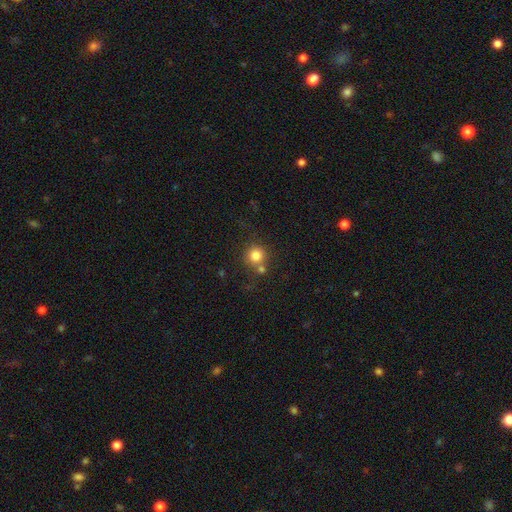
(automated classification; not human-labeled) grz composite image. It shows a smooth galaxy with no disk features (81%) that is round (92%). Merging: none (65%).